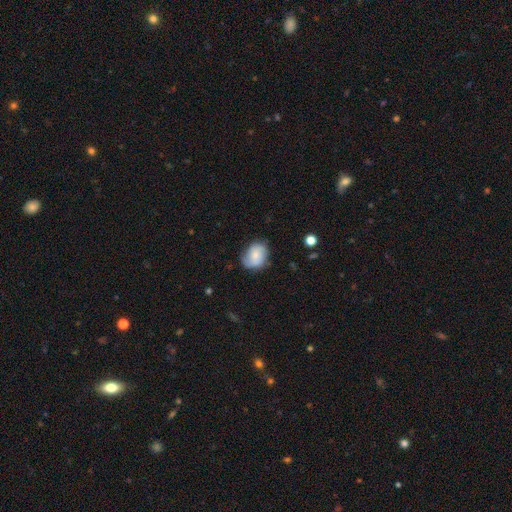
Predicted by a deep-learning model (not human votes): A smooth galaxy with no disk features (61%) that is in between round and cigar-shaped (54%).

Vote fractions:
- Smooth or featured? smooth: 61% / featured or disk: 31% / star or artifact: 8%
- How rounded? in between: 54% / round: 45% / cigar-shaped: 1%
- Merging? none: 63% / minor disturbance: 28% / major disturbance: 8% / merger: 2%